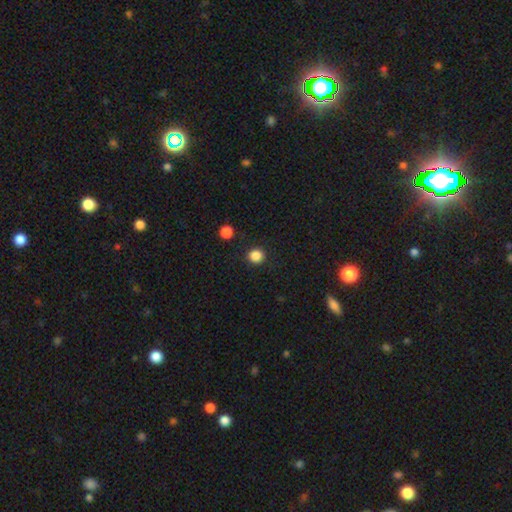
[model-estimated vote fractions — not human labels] smooth-or-featured: smooth: 86% | star or artifact: 11% | featured or disk: 3%
  how-rounded: round: 91% | in between: 8% | cigar-shaped: 1%
  merging: none: 90% | minor disturbance: 6% | major disturbance: 2% | merger: 2%